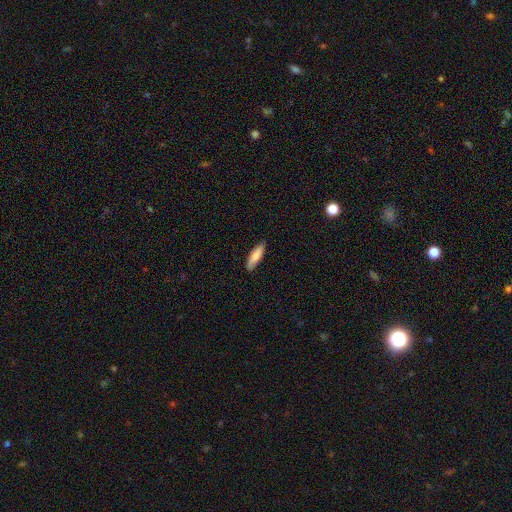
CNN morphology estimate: type=smooth (79%); roundness=cigar-shaped (64%); merging=none (85%).